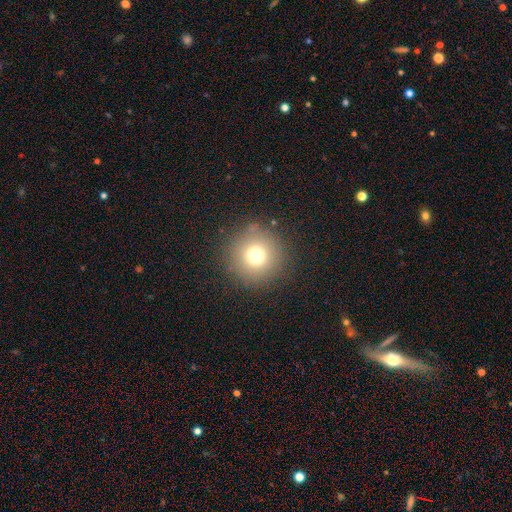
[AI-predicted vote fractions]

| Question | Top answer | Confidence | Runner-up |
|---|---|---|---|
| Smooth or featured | smooth | 73% | star or artifact (16%) |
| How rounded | round | 96% | in between (3%) |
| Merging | none | 88% | minor disturbance (7%) |